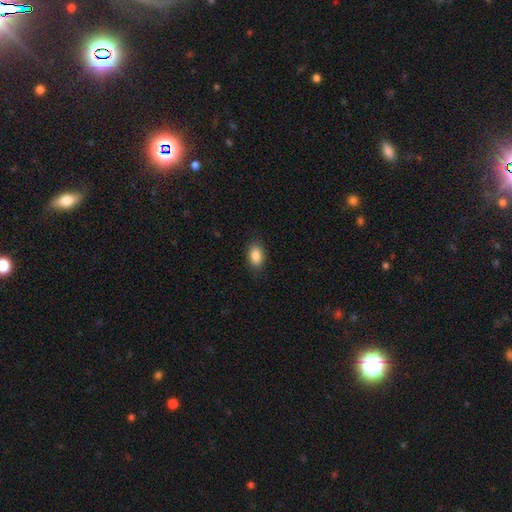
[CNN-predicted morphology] This is clearly a smooth galaxy (87%). How rounded: clearly in between (88%). Merging: clearly none (87%).